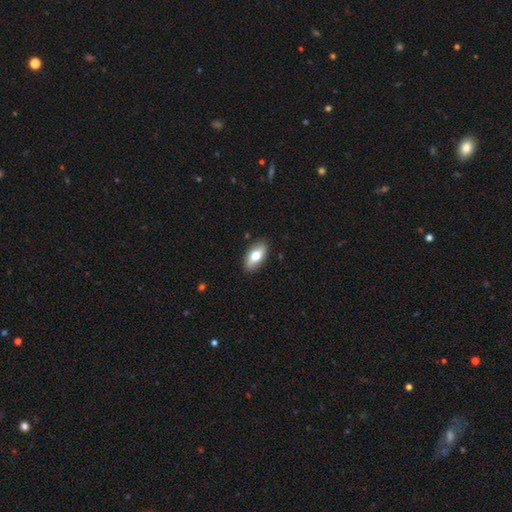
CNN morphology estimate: Q: Smooth or featured?
A: smooth (66%); runner-up: featured or disk (27%)
Q: How rounded?
A: in between (89%); runner-up: cigar-shaped (7%)
Q: Merging?
A: none (88%); runner-up: minor disturbance (9%)